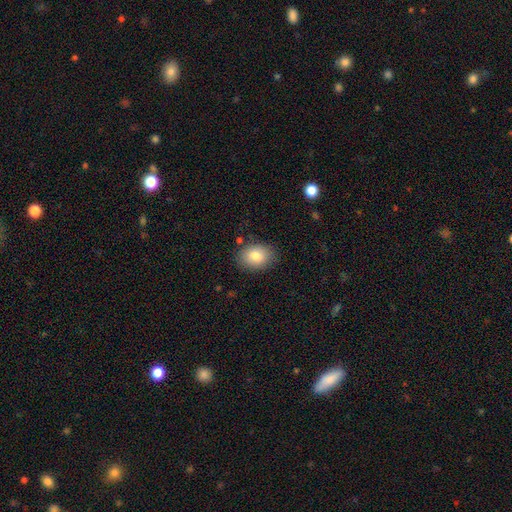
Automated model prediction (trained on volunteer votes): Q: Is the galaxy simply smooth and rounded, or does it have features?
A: smooth — 82%.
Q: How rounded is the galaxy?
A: in between — 72%.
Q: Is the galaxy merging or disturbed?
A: none — 84%.